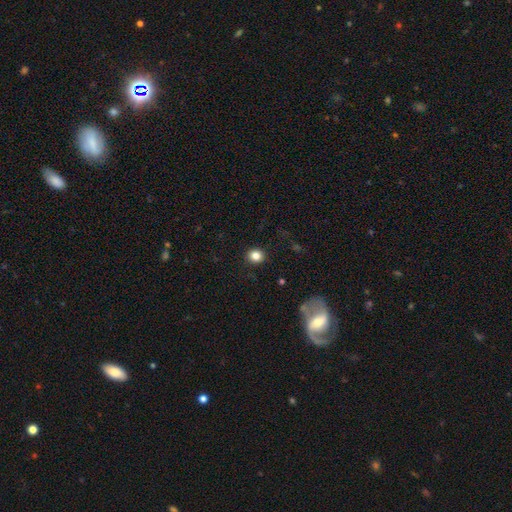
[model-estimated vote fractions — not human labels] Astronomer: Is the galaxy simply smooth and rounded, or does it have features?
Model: smooth — 83%.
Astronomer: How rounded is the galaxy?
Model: round — 83%.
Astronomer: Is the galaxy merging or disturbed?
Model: none — 90%.